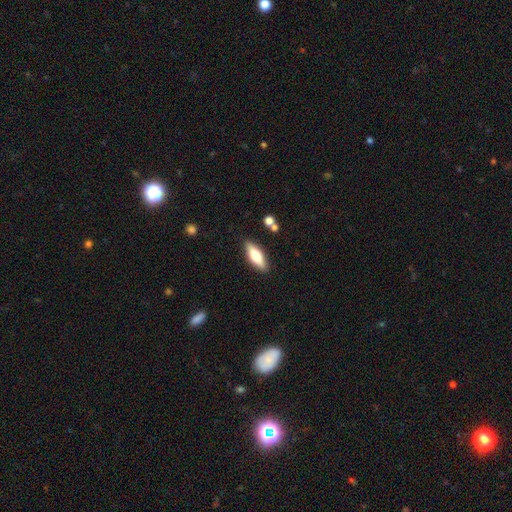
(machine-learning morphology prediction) This appears to be a smooth galaxy with no disk features (59%) that is in between round and cigar-shaped (57%). Merging: none (87%).